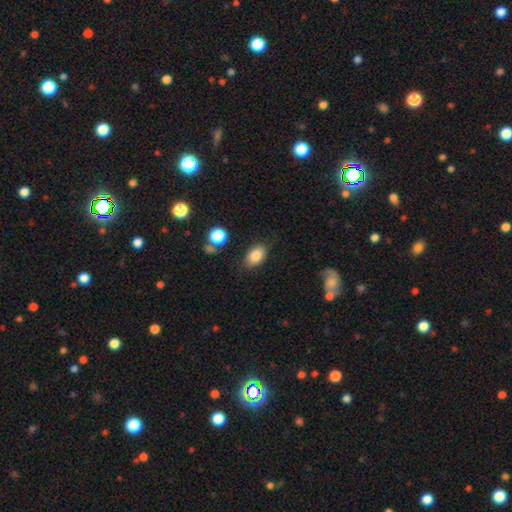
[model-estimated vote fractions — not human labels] Smooth or featured? Predicted: smooth (p=0.83). How rounded? Predicted: in between (p=0.85). Merging? Predicted: none (p=0.78).